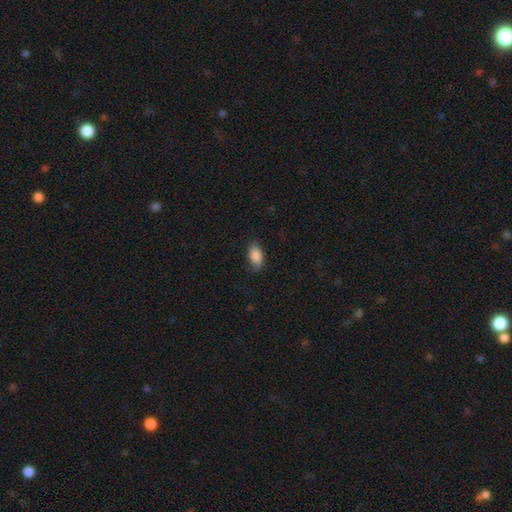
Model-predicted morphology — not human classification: A smooth galaxy with no disk features (88%) that is in between round and cigar-shaped (91%).

Vote fractions:
- Smooth or featured? smooth: 88% / star or artifact: 7% / featured or disk: 6%
- How rounded? in between: 91% / round: 4% / cigar-shaped: 4%
- Merging? none: 81% / minor disturbance: 15% / major disturbance: 4% / merger: 1%